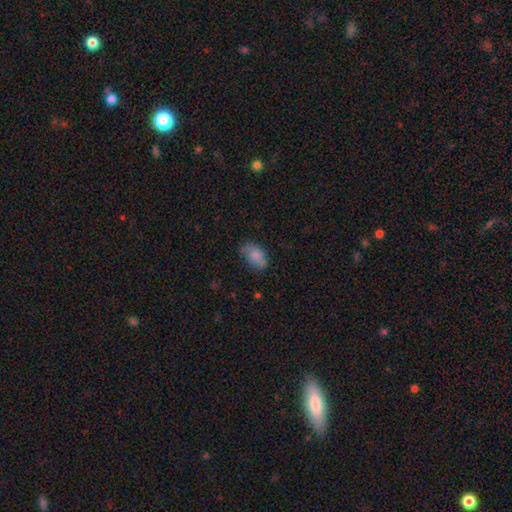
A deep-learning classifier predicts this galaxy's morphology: smooth 79%, featured or disk 13%, star or artifact 8%. Down the decision tree: how rounded — in between (90%); merging — none (60%).